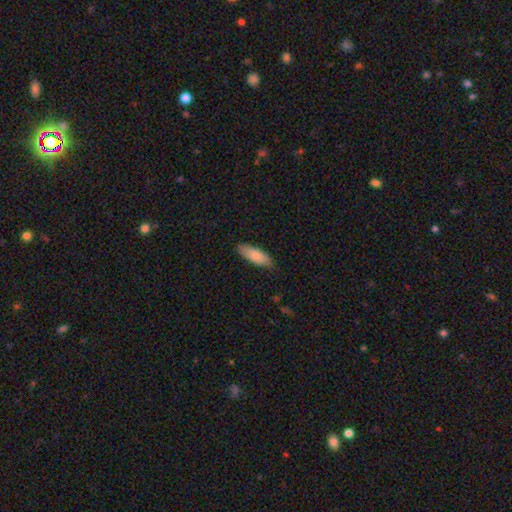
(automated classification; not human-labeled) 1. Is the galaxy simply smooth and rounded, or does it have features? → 83% smooth, 11% featured or disk, 5% star or artifact.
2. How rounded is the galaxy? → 68% in between, 30% cigar-shaped, 2% round.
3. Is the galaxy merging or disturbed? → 84% none, 13% minor disturbance, 2% major disturbance, 1% merger.